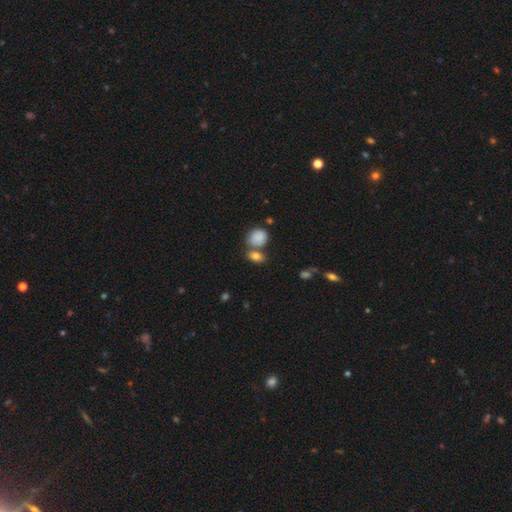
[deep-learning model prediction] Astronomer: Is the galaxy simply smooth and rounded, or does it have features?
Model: smooth — 81%.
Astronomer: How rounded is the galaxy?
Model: in between — 69%.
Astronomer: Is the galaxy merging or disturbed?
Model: none — 53% (runner-up: merger, 31%).